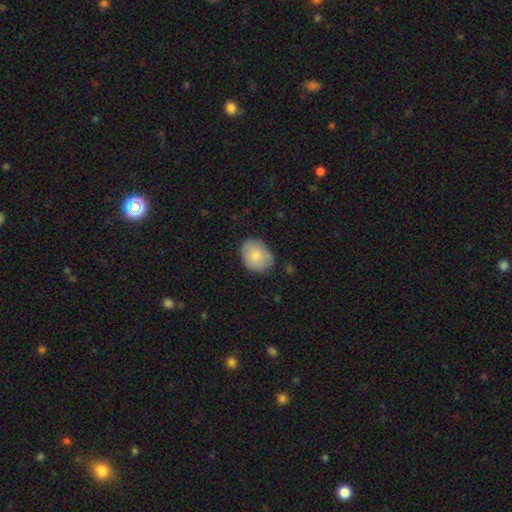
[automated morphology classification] Q: Smooth or featured?
A: smooth (81%); runner-up: featured or disk (12%)
Q: How rounded?
A: in between (61%); runner-up: round (38%)
Q: Merging?
A: none (74%); runner-up: minor disturbance (21%)